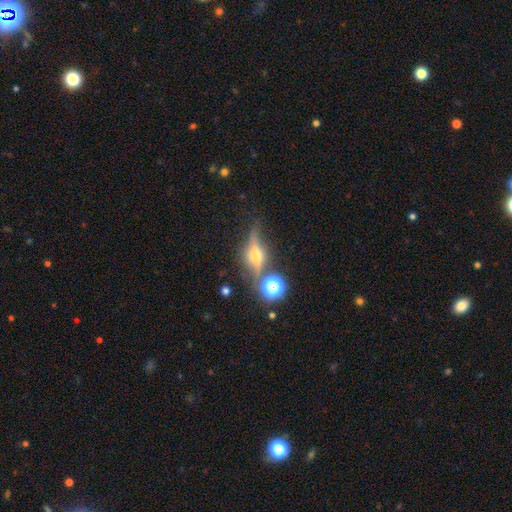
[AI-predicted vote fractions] A featured or disk galaxy (71%) viewed edge-on (90%) with a rounded central bulge (95%). Merging: none (74%).